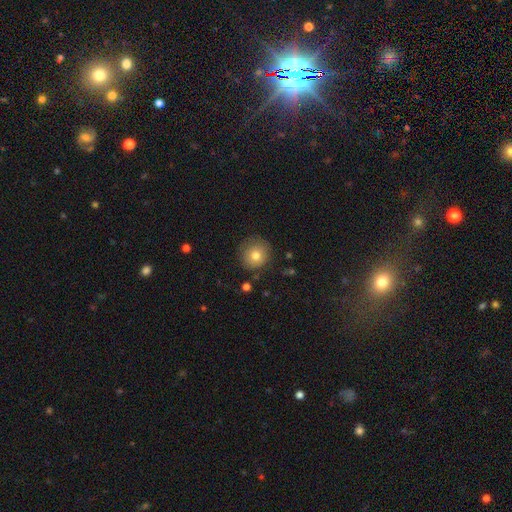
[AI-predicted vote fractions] Smooth or featured? Predicted: smooth (p=0.77). How rounded? Predicted: round (p=0.91). Merging? Predicted: none (p=0.81).